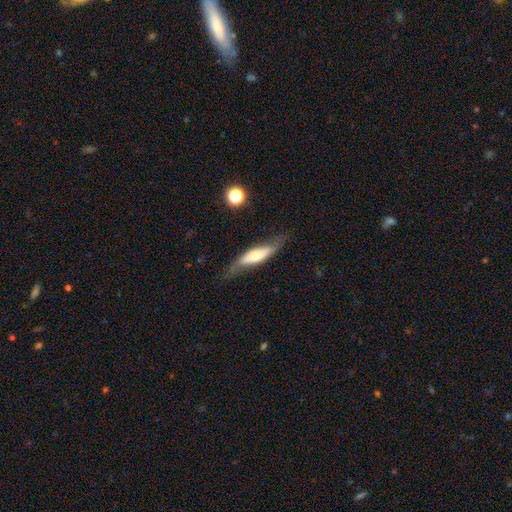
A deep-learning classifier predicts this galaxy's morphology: A featured or disk galaxy (54%) viewed edge-on (54%).

Vote fractions:
- Smooth or featured? featured or disk: 54% / smooth: 40% / star or artifact: 6%
- Edge-on disk? yes: 54% / no: 46%
- Merging? none: 68% / minor disturbance: 21% / major disturbance: 9% / merger: 2%